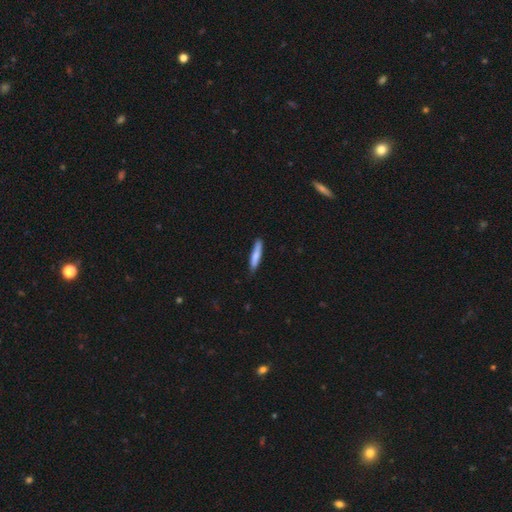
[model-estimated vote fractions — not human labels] This appears to be a smooth galaxy with no disk features (78%) that is cigar-shaped (89%). Merging: none (83%).